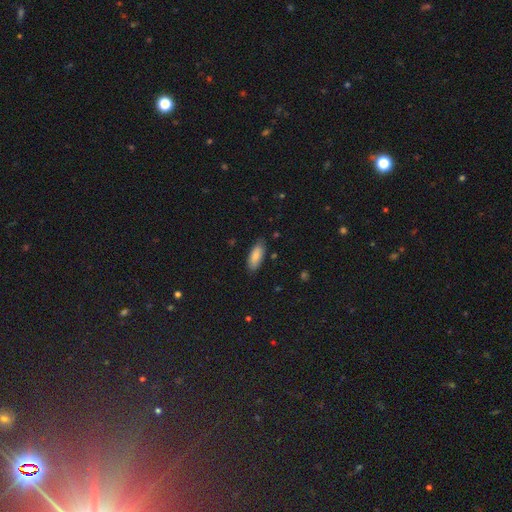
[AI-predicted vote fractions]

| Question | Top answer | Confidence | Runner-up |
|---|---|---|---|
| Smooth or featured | smooth | 84% | featured or disk (10%) |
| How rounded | in between | 78% | cigar-shaped (20%) |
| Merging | none | 83% | minor disturbance (13%) |